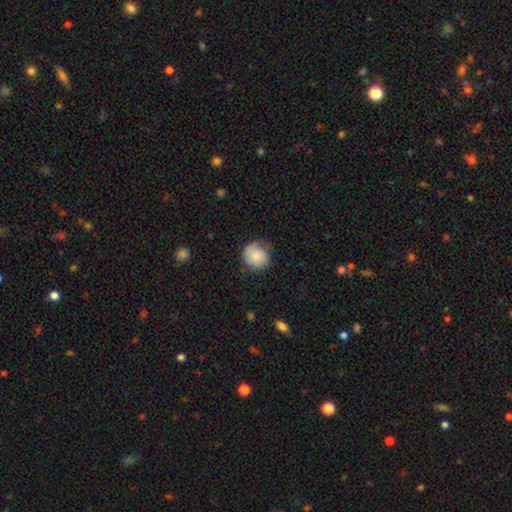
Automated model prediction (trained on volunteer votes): smooth_or_featured: smooth (p=0.73) [alt: featured or disk p=0.19]
how_rounded: round (p=0.84) [alt: in between p=0.15]
merging: none (p=0.62) [alt: minor disturbance p=0.27]